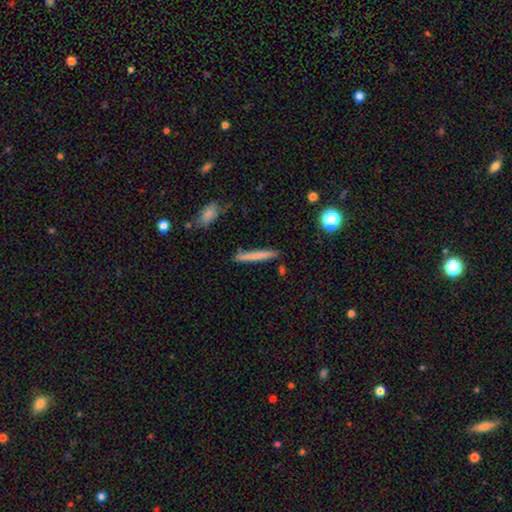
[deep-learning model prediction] Smooth or featured? Predicted: smooth (p=0.71). How rounded? Predicted: cigar-shaped (p=0.95). Merging? Predicted: none (p=0.88).